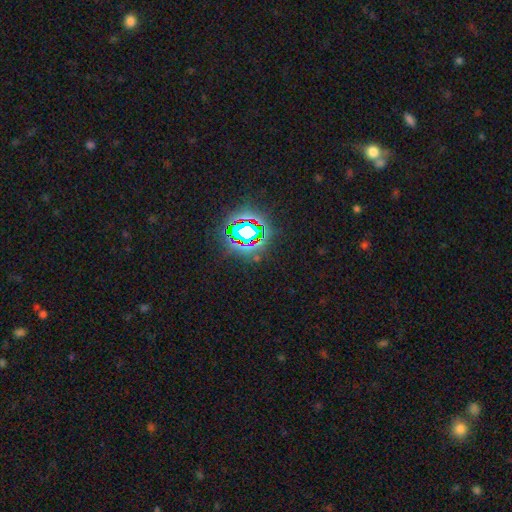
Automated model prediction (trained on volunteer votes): This appears to be a star or artifact, not a galaxy (76%).